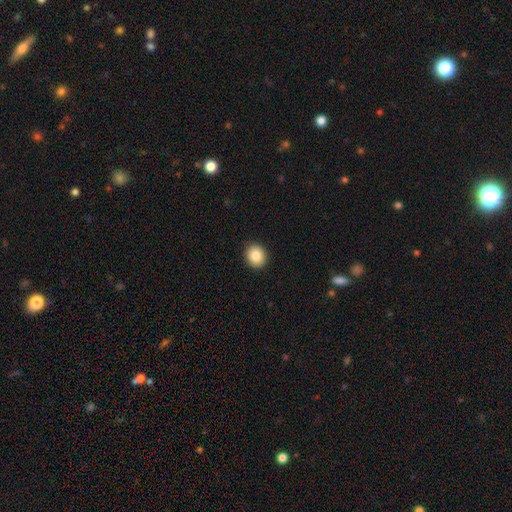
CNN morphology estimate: This appears to be a smooth galaxy with no disk features (86%) that is round (78%). Merging: none (92%).